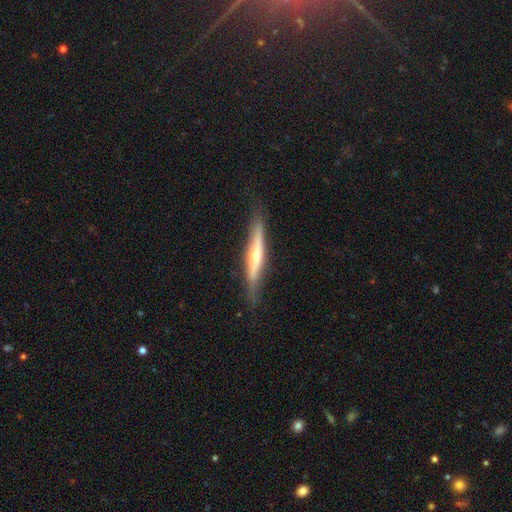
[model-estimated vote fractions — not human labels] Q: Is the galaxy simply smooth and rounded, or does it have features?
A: featured or disk — 64%.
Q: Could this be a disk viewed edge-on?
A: yes — 93%.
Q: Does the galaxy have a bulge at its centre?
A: rounded — 79%.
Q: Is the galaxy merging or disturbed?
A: none — 82%.